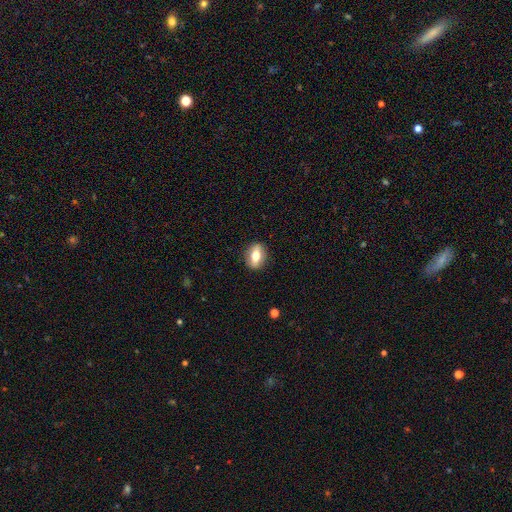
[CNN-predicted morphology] The model was most divided on "smooth or featured": smooth: 55%, featured or disk: 37%, star or artifact: 8%. More confident: merging — none (88%); how rounded — in between (70%).